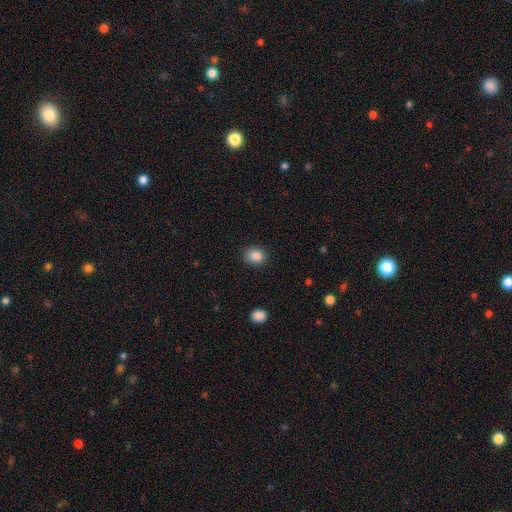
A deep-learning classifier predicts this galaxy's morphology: A smooth galaxy with no disk features (87%) that is round (60%).

Vote fractions:
- Smooth or featured? smooth: 87% / star or artifact: 10% / featured or disk: 4%
- How rounded? round: 60% / in between: 39% / cigar-shaped: 1%
- Merging? none: 85% / minor disturbance: 11% / major disturbance: 3% / merger: 1%